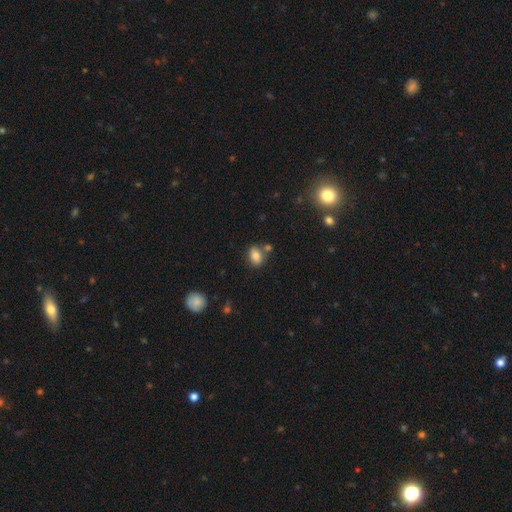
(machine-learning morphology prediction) This is likely a smooth galaxy (80%). How rounded: likely in between (71%). Merging: likely none (71%).